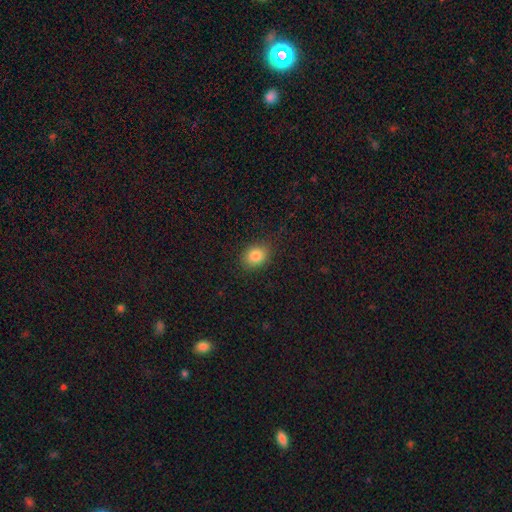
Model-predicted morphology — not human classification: This is clearly a smooth galaxy (85%). How rounded: possibly in between (56%). Merging: clearly none (85%).